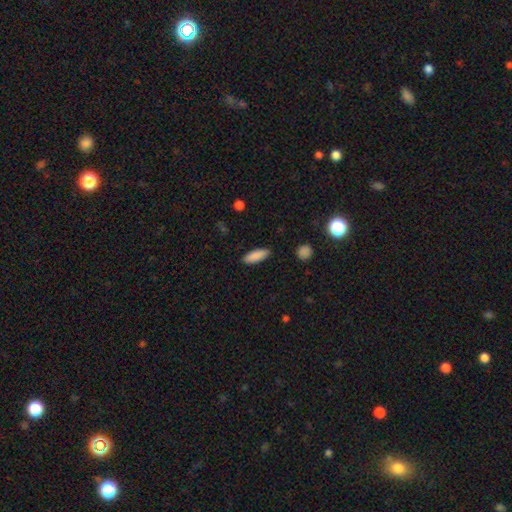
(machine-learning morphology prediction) smooth-or-featured: smooth: 88% | star or artifact: 7% | featured or disk: 5%
  how-rounded: in between: 64% | cigar-shaped: 35% | round: 2%
  merging: none: 88% | minor disturbance: 9% | major disturbance: 2% | merger: 1%